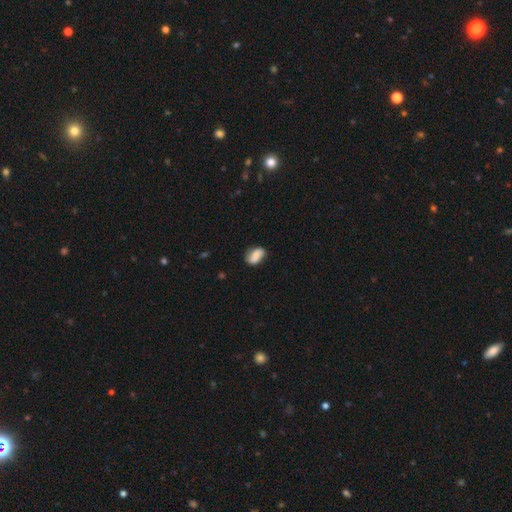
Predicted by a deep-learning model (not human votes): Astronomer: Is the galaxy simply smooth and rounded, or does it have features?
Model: smooth — 72%.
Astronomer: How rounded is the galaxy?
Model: in between — 86%.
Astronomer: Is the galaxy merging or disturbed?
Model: none — 70%.